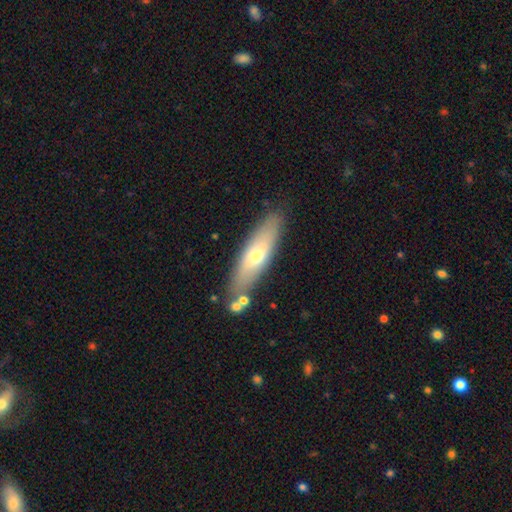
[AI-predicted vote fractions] Smooth or featured? smooth (57%)
How rounded? cigar-shaped (64%)
Merging? none (80%)